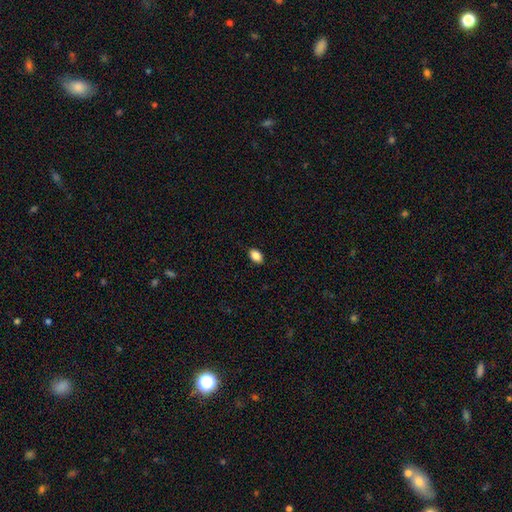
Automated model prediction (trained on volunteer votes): This is clearly a smooth galaxy (87%). How rounded: clearly in between (87%). Merging: clearly none (87%).